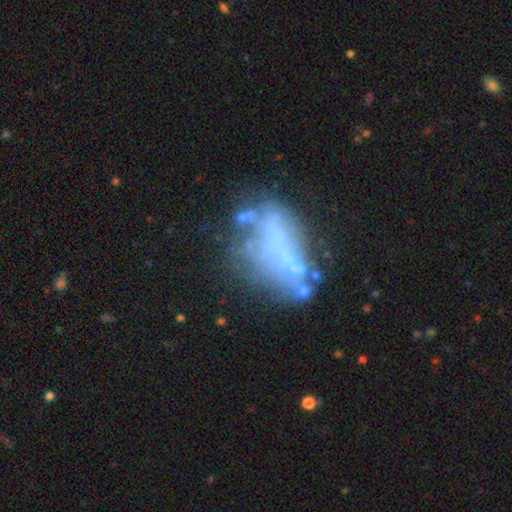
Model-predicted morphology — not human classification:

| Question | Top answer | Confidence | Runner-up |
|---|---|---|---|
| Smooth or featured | featured or disk | 55% | smooth (27%) |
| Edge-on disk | no | 95% | yes (5%) |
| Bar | no | 89% | weak (6%) |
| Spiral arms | no | 94% | yes (6%) |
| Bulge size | none | 81% | small (10%) |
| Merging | none | 39% | major disturbance (29%) |